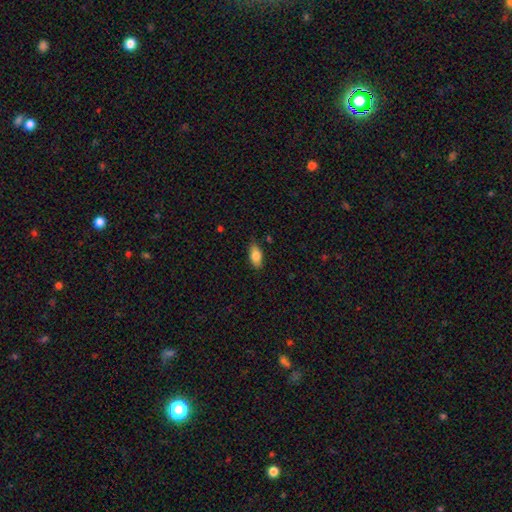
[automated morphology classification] This is clearly a smooth galaxy (82%). How rounded: clearly in between (87%). Merging: clearly none (83%).